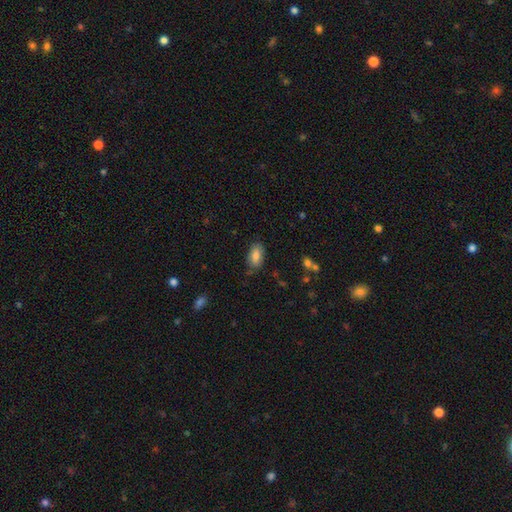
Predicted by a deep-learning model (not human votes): Smooth or featured: smooth — 81% (featured or disk — 11%)
How rounded: in between — 92% (round — 5%)
Merging: none — 78% (minor disturbance — 16%)